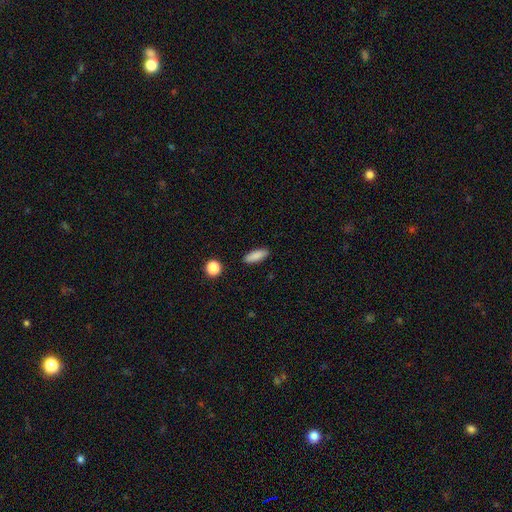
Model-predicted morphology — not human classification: Smooth or featured?
  - smooth: 86% *
  - star or artifact: 7%
  - featured or disk: 6%
How rounded?
  - in between: 58% *
  - cigar-shaped: 39%
  - round: 3%
Merging?
  - none: 88% *
  - minor disturbance: 8%
  - major disturbance: 2%
  - merger: 2%